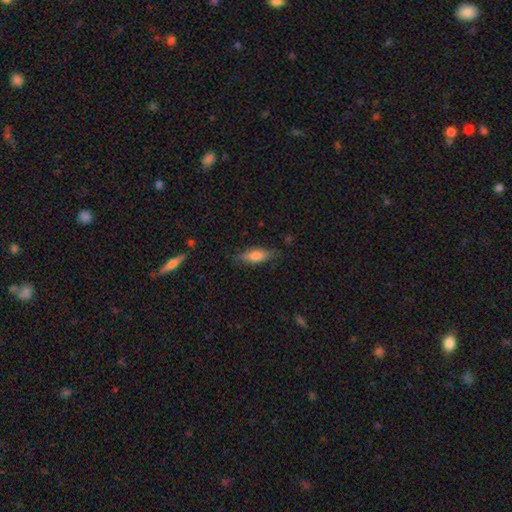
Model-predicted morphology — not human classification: Smooth or featured?
  - smooth: 72% *
  - featured or disk: 21%
  - star or artifact: 7%
How rounded?
  - in between: 59% *
  - cigar-shaped: 38%
  - round: 3%
Merging?
  - none: 77% *
  - minor disturbance: 17%
  - major disturbance: 4%
  - merger: 1%